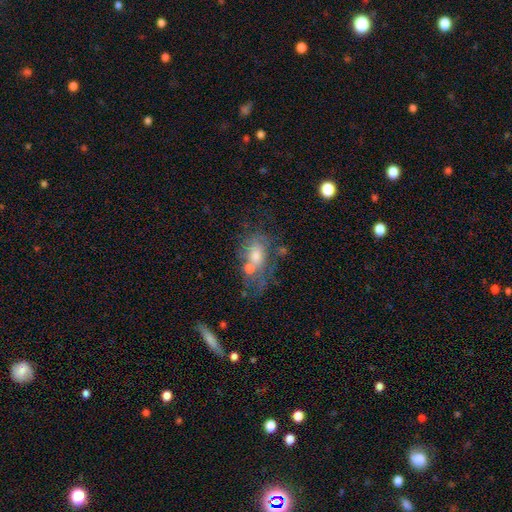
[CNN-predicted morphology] This is possibly a featured or disk galaxy (46%). Merging: marginally none (33%).